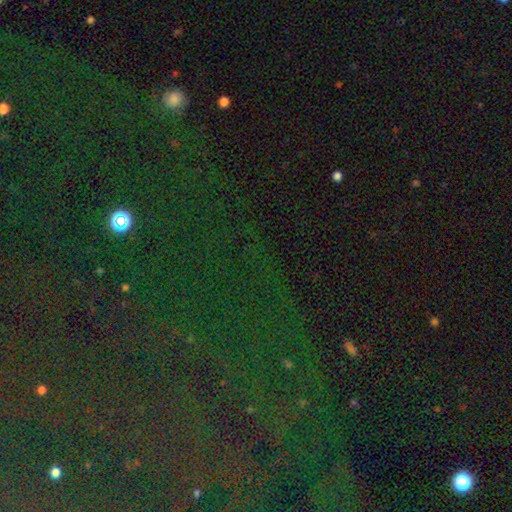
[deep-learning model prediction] A star or artifact, not a galaxy (82%).